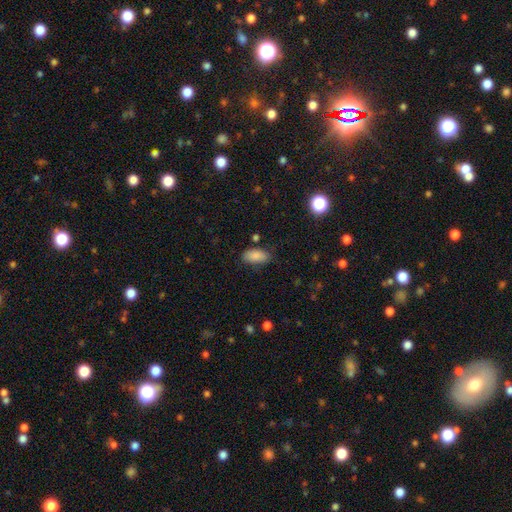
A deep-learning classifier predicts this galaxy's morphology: This appears to be a smooth galaxy with no disk features (87%) that is in between round and cigar-shaped (92%). Merging: none (78%).